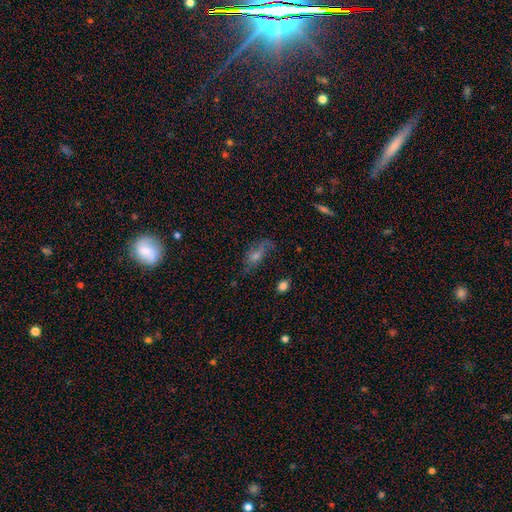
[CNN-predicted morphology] smooth_or_featured: featured or disk (p=0.46) [alt: smooth p=0.34]
merging: none (p=0.56) [alt: minor disturbance p=0.24]